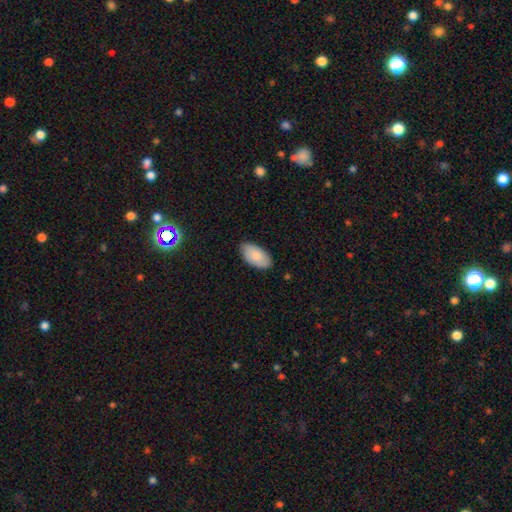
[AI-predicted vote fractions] smooth-or-featured: smooth: 84% | featured or disk: 10% | star or artifact: 6%
  how-rounded: in between: 95% | cigar-shaped: 3% | round: 2%
  merging: none: 83% | minor disturbance: 14% | major disturbance: 2% | merger: 1%